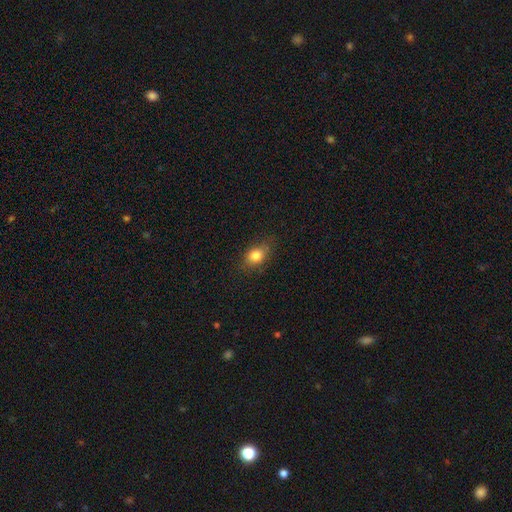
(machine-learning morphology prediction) The model was most divided on "how rounded": in between: 59%, round: 39%, cigar-shaped: 2%. More confident: smooth or featured — smooth (81%); merging — none (77%).